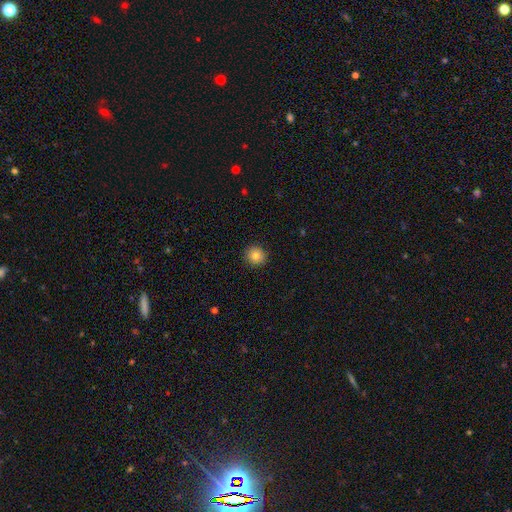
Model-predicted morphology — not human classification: Smooth or featured? smooth (81%)
How rounded? round (92%)
Merging? none (92%)